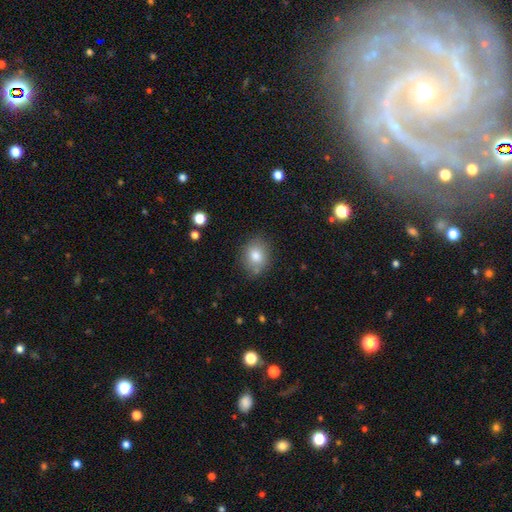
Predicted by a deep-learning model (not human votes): smooth_or_featured: smooth (p=0.80) [alt: star or artifact p=0.10]
how_rounded: round (p=0.56) [alt: in between p=0.43]
merging: none (p=0.81) [alt: minor disturbance p=0.13]